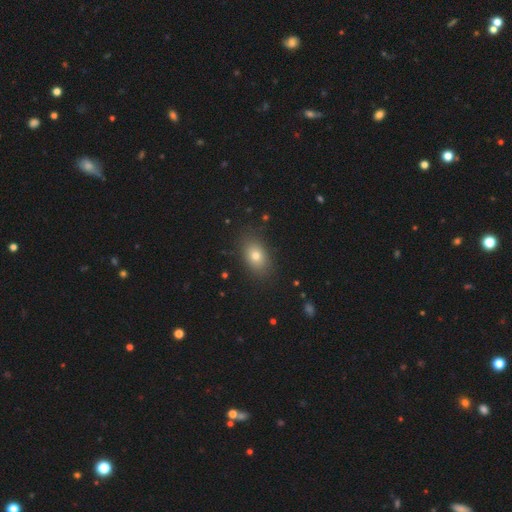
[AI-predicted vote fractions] Smooth or featured? Predicted: smooth (p=0.75). How rounded? Predicted: in between (p=0.81). Merging? Predicted: none (p=0.86).